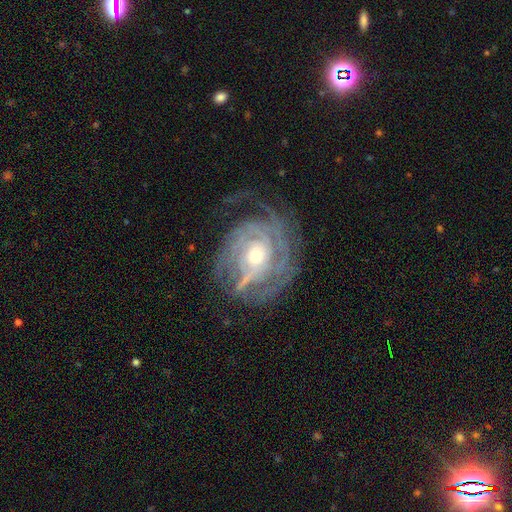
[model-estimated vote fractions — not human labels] featured or disk 86%, smooth 8%, star or artifact 6%. Down the decision tree: edge-on disk — no (96%); bar — no (75%); spiral arms — yes (91%); spiral arm count — can't tell (39%); spiral winding — tight (69%); bulge size — moderate (58%); merging — none (61%).